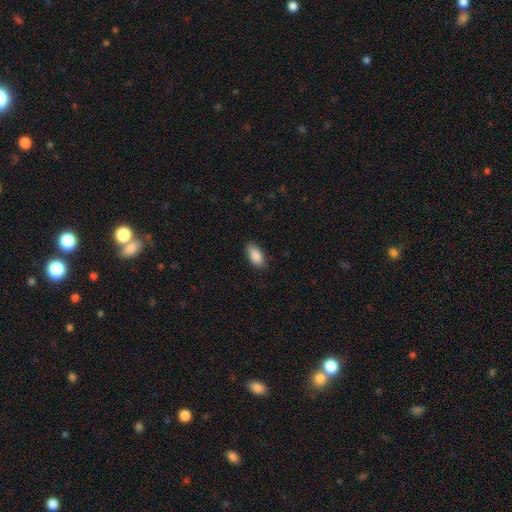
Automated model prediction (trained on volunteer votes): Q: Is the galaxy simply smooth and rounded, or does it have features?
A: smooth — 89%.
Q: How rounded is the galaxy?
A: in between — 90%.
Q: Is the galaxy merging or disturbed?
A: none — 85%.